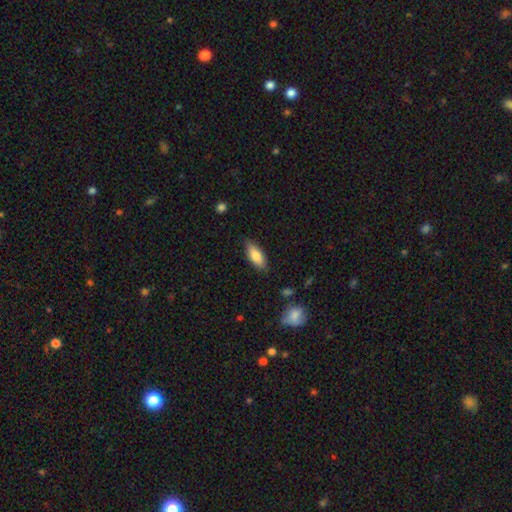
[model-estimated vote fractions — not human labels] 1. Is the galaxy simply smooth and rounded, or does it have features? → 81% smooth, 13% featured or disk, 6% star or artifact.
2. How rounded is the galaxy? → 78% in between, 20% cigar-shaped, 2% round.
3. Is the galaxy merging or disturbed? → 83% none, 13% minor disturbance, 2% major disturbance, 1% merger.